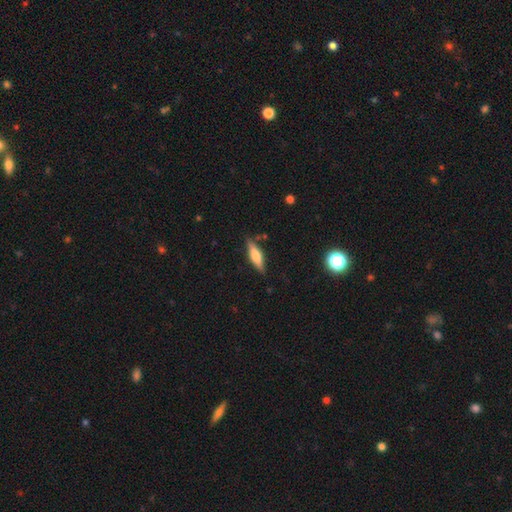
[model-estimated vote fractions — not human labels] smooth 54%, featured or disk 39%, star or artifact 7%. Down the decision tree: how rounded — cigar-shaped (60%); merging — none (82%).